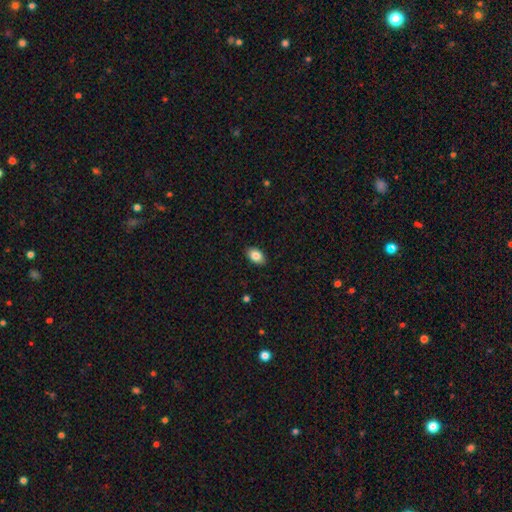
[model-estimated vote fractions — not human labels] Smooth or featured? smooth (85%)
How rounded? in between (90%)
Merging? none (89%)